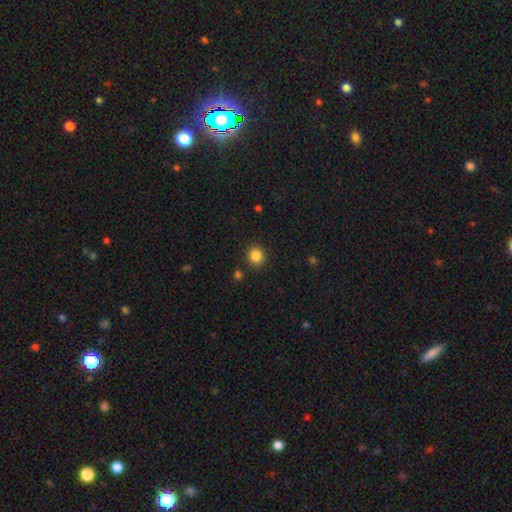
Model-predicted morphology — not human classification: smooth_or_featured: smooth (p=0.85) [alt: star or artifact p=0.11]
how_rounded: round (p=0.87) [alt: in between p=0.12]
merging: none (p=0.89) [alt: minor disturbance p=0.07]